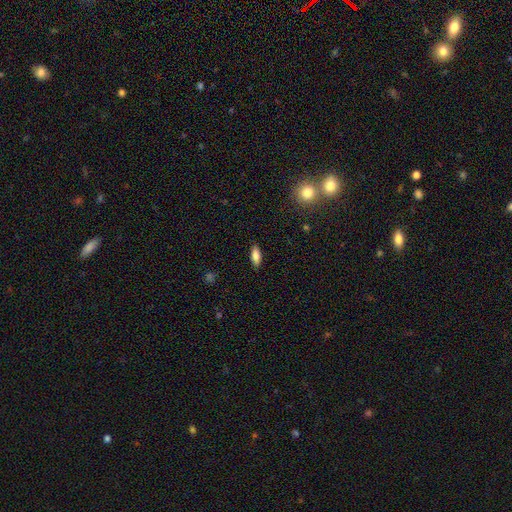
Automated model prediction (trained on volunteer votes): Smooth or featured? smooth (79%)
How rounded? in between (73%)
Merging? none (88%)